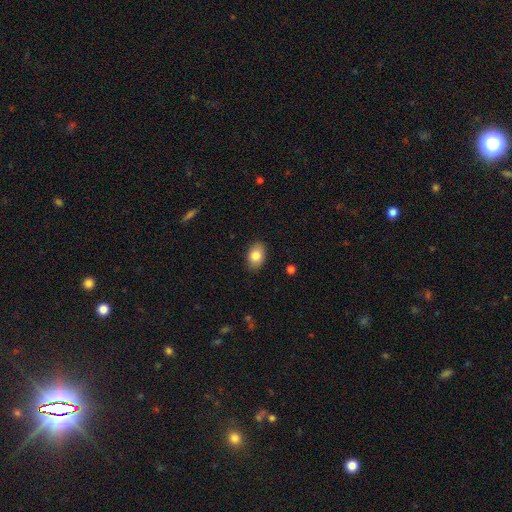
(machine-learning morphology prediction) Q: Smooth or featured?
A: smooth (83%); runner-up: featured or disk (10%)
Q: How rounded?
A: in between (81%); runner-up: round (18%)
Q: Merging?
A: none (87%); runner-up: minor disturbance (10%)